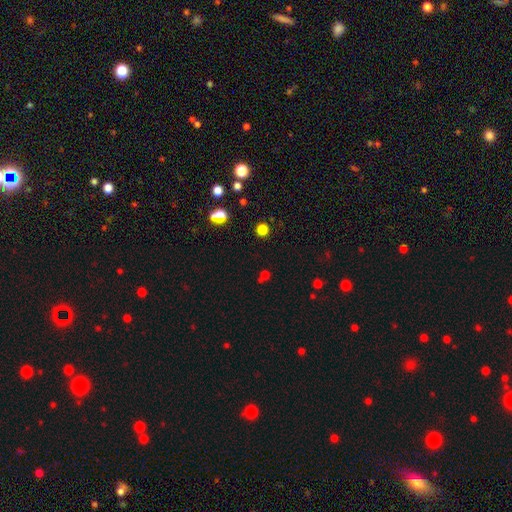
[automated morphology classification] A smooth galaxy with no disk features (58%) that is round (89%).

Vote fractions:
- Smooth or featured? smooth: 58% / star or artifact: 37% / featured or disk: 6%
- How rounded? round: 89% / in between: 9% / cigar-shaped: 1%
- Merging? none: 81% / merger: 8% / minor disturbance: 7% / major disturbance: 4%